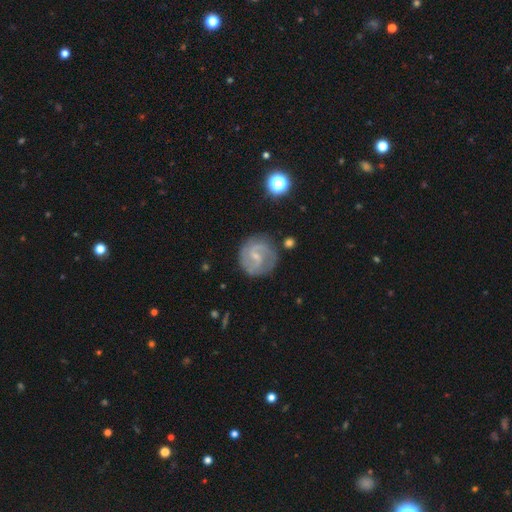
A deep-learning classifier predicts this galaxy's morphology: smooth_or_featured: featured or disk (p=0.81) [alt: smooth p=0.13]
disk_edge_on: no (p=0.98) [alt: yes p=0.02]
bar: weak (p=0.56) [alt: no p=0.28]
has_spiral_arms: yes (p=0.94) [alt: no p=0.06]
spiral_winding: medium (p=0.50) [alt: tight p=0.31]
spiral_arm_count: 2 (p=0.82) [alt: can't tell p=0.08]
bulge_size: small (p=0.73) [alt: moderate p=0.18]
merging: none (p=0.79) [alt: minor disturbance p=0.14]